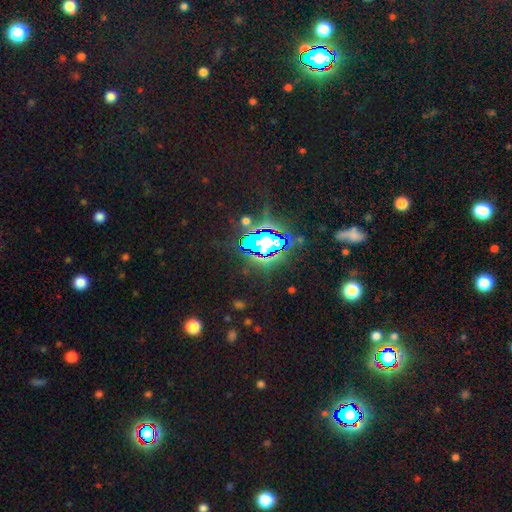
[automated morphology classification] smooth-or-featured: star or artifact: 82% | smooth: 10% | featured or disk: 7%